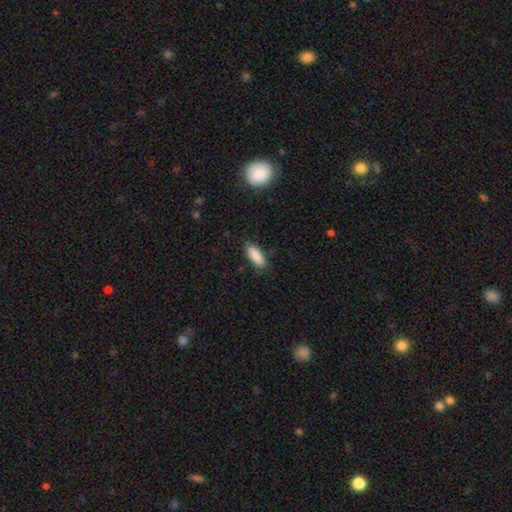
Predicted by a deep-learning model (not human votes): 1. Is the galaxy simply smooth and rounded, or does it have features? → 87% smooth, 7% star or artifact, 6% featured or disk.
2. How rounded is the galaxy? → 72% in between, 26% cigar-shaped, 2% round.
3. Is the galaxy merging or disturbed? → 83% none, 13% minor disturbance, 3% major disturbance, 1% merger.